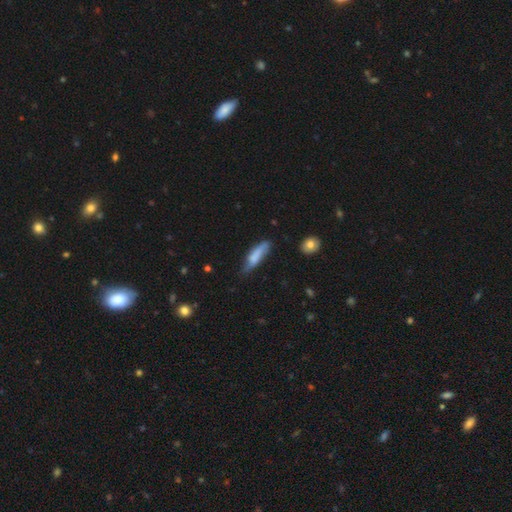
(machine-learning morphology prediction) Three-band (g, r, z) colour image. It shows a smooth galaxy with no disk features (71%) that is cigar-shaped (66%). Merging: none (53%).